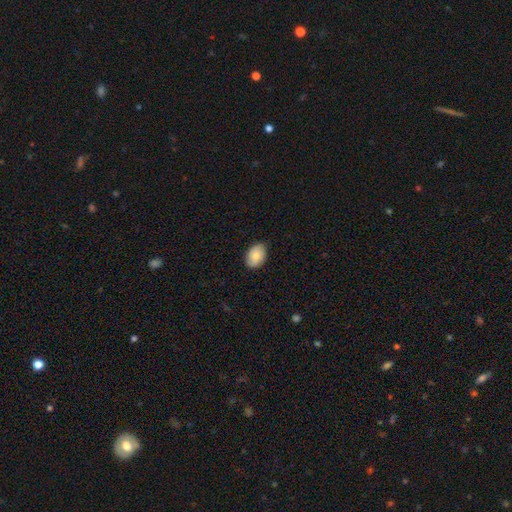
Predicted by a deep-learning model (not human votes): This appears to be a smooth galaxy with no disk features (80%) that is in between round and cigar-shaped (81%). Merging: none (82%).